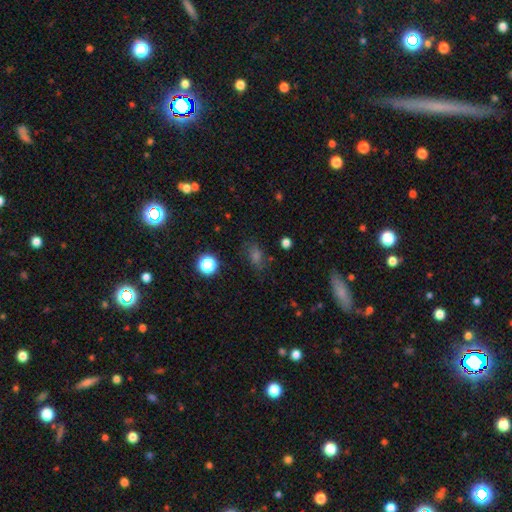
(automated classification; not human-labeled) A smooth galaxy with no disk features (53%) that is in between round and cigar-shaped (68%).

Vote fractions:
- Smooth or featured? smooth: 53% / star or artifact: 31% / featured or disk: 15%
- How rounded? in between: 68% / round: 25% / cigar-shaped: 6%
- Merging? none: 75% / minor disturbance: 16% / major disturbance: 6% / merger: 3%